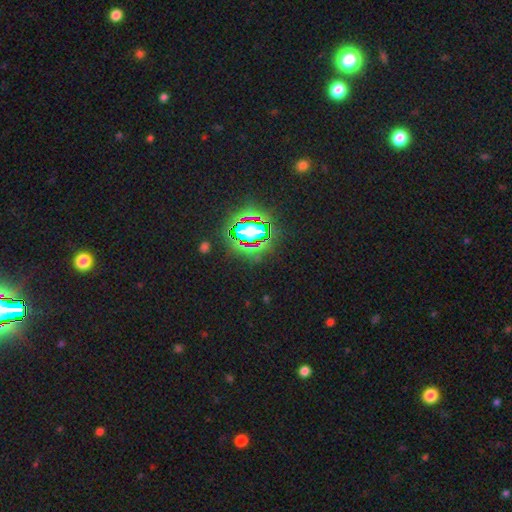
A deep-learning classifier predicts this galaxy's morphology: Smooth or featured?
  - star or artifact: 76% *
  - smooth: 15%
  - featured or disk: 9%